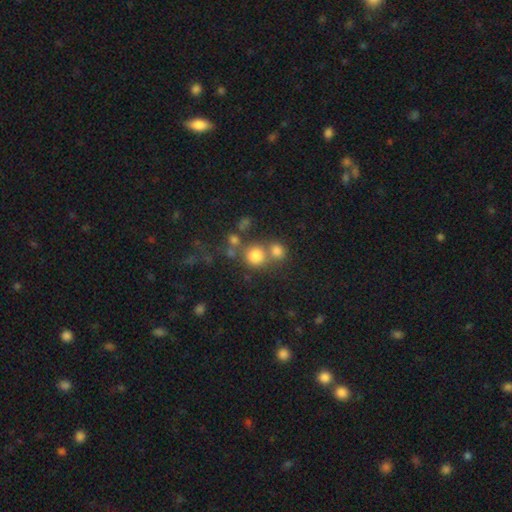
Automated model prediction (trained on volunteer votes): Smooth or featured? Predicted: smooth (p=0.76). How rounded? Predicted: round (p=0.87). Merging? Predicted: none (p=0.52).